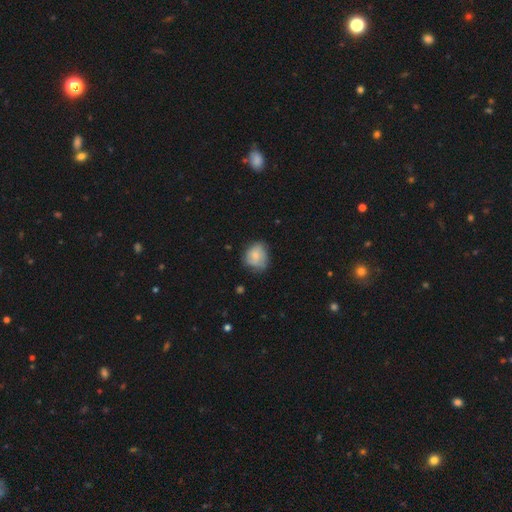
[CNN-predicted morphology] This is likely a smooth galaxy (69%). How rounded: likely round (64%). Merging: possibly none (57%).